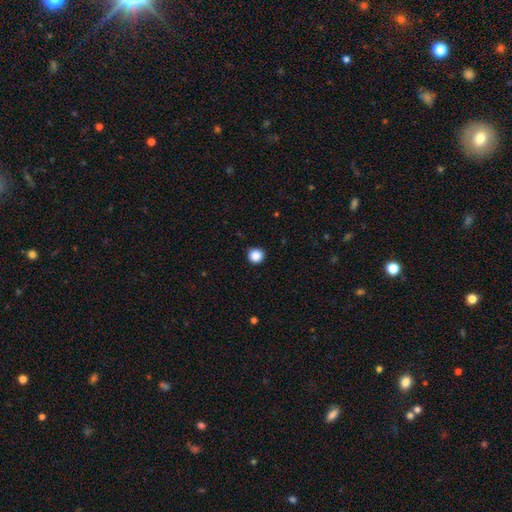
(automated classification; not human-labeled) Morphology: type=smooth (88%); roundness=round (95%); merging=none (92%).